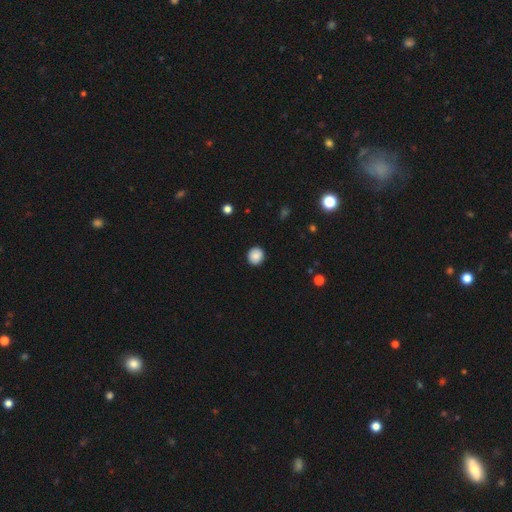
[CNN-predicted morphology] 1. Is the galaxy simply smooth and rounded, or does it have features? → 86% smooth, 8% star or artifact, 5% featured or disk.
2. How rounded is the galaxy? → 89% round, 10% in between, 1% cigar-shaped.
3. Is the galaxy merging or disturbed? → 91% none, 7% minor disturbance, 2% major disturbance, 1% merger.